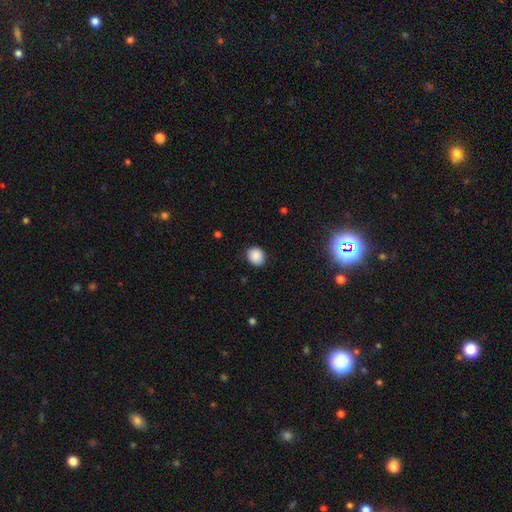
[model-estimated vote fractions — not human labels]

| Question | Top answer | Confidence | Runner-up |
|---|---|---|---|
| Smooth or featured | smooth | 87% | star or artifact (9%) |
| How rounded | round | 65% | in between (34%) |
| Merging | none | 87% | minor disturbance (10%) |